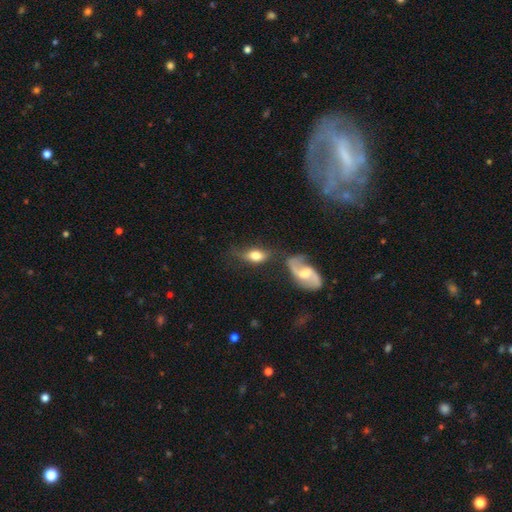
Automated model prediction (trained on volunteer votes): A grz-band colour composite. It shows a smooth galaxy with no disk features (59%) that is in between round and cigar-shaped (81%). Merging: none (52%).